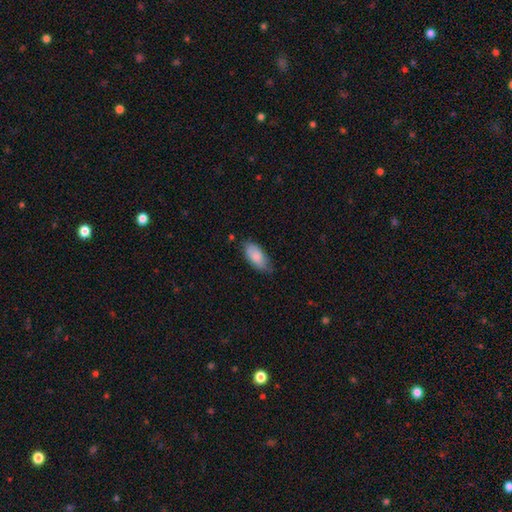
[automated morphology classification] Smooth or featured?
  - smooth: 83% *
  - featured or disk: 11%
  - star or artifact: 6%
How rounded?
  - in between: 88% *
  - cigar-shaped: 10%
  - round: 2%
Merging?
  - none: 68% *
  - minor disturbance: 26%
  - major disturbance: 4%
  - merger: 2%